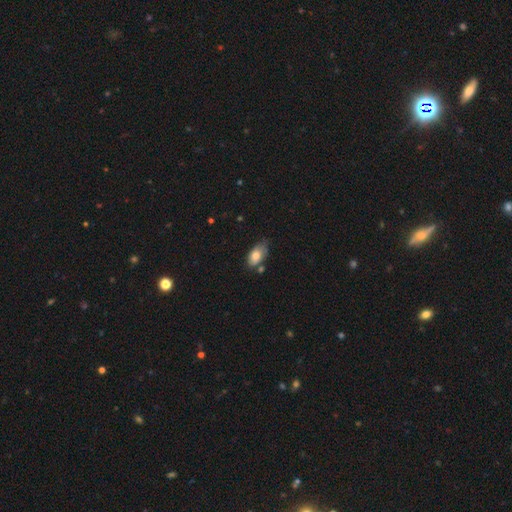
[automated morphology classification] smooth_or_featured: smooth (p=0.76) [alt: featured or disk p=0.16]
how_rounded: in between (p=0.91) [alt: round p=0.05]
merging: none (p=0.50) [alt: minor disturbance p=0.34]